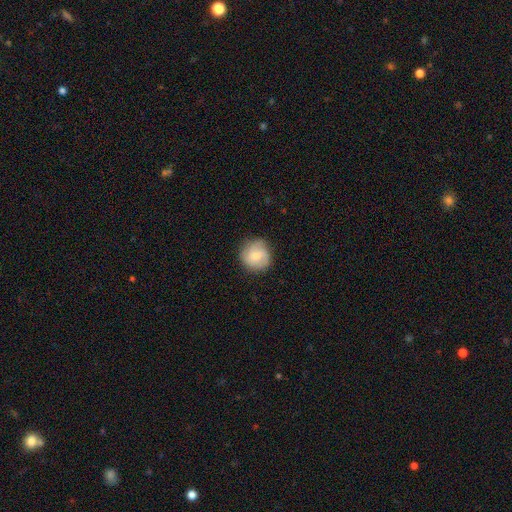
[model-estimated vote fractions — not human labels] Q: Smooth or featured?
A: smooth (57%); runner-up: featured or disk (36%)
Q: How rounded?
A: round (89%); runner-up: in between (10%)
Q: Merging?
A: none (73%); runner-up: minor disturbance (20%)